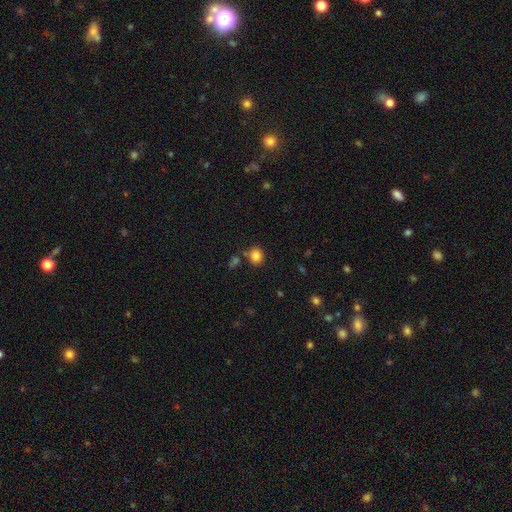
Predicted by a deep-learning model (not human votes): Smooth or featured: smooth — 83% (star or artifact — 11%)
How rounded: round — 78% (in between — 21%)
Merging: none — 78% (minor disturbance — 11%)